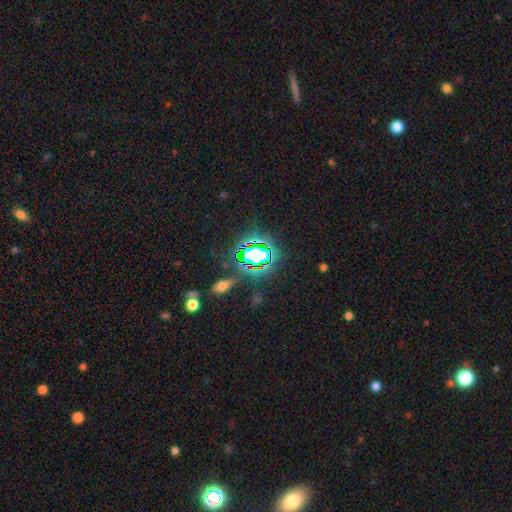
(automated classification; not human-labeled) The model was most divided on "smooth or featured": star or artifact: 77%, smooth: 14%, featured or disk: 9%.